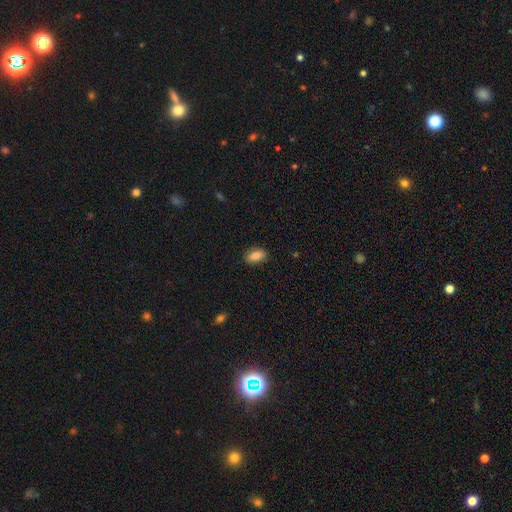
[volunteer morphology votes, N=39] smooth_or_featured: smooth (p=0.77) [alt: featured or disk p=0.13]
how_rounded: in between (p=0.93) [alt: round p=0.07]
merging: none (p=0.94) [alt: minor disturbance p=0.06]